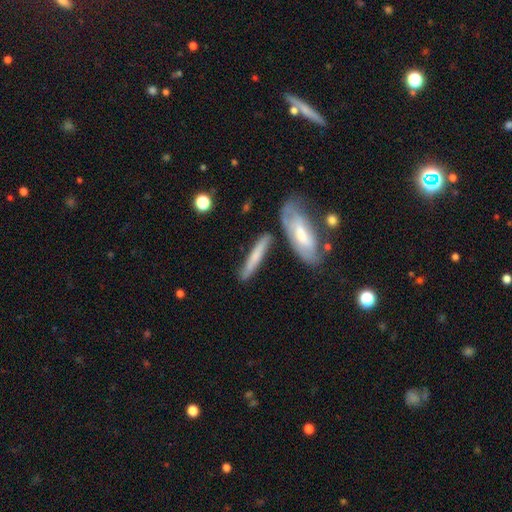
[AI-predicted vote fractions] This appears to be a smooth galaxy with no disk features (54%) that is cigar-shaped (86%). Merging: none (71%).